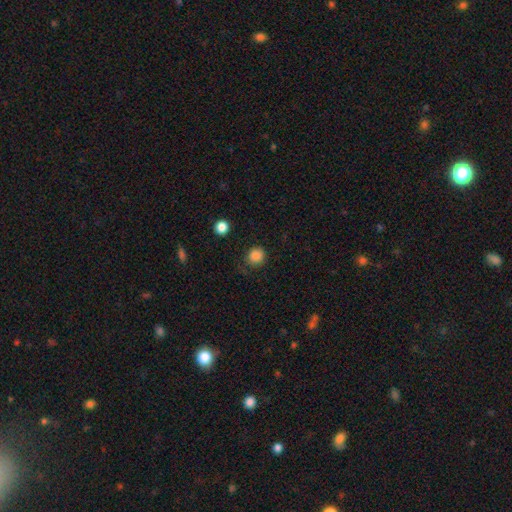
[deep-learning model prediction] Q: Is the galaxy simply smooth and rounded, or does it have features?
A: smooth — 85%.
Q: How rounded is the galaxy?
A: round — 89%.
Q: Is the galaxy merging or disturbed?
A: none — 78%.